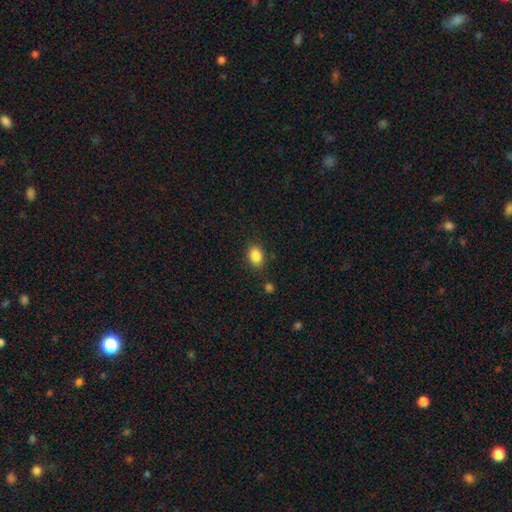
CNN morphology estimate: A smooth galaxy with no disk features (86%) that is in between round and cigar-shaped (58%). Merging: none (83%).